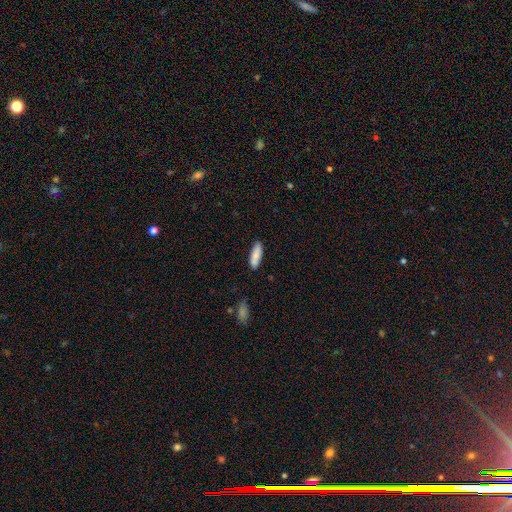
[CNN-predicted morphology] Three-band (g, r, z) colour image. It shows a smooth galaxy with no disk features (84%) that is cigar-shaped (49%, tied with in between). Merging: none (85%).